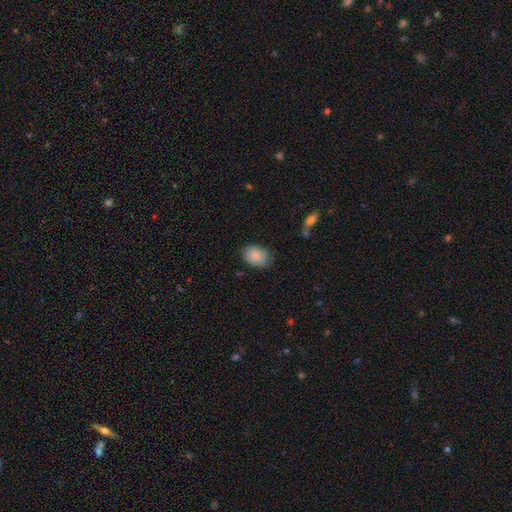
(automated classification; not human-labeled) Smooth or featured? Predicted: smooth (p=0.87). How rounded? Predicted: in between (p=0.72). Merging? Predicted: none (p=0.79).